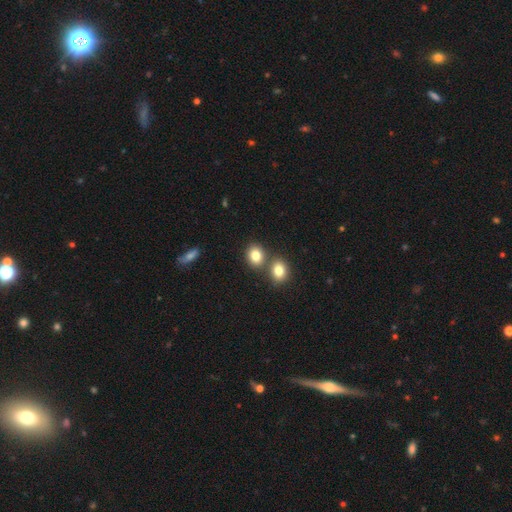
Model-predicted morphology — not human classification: This appears to be a smooth galaxy with no disk features (82%) that is round (59%). Merging: none (60%).